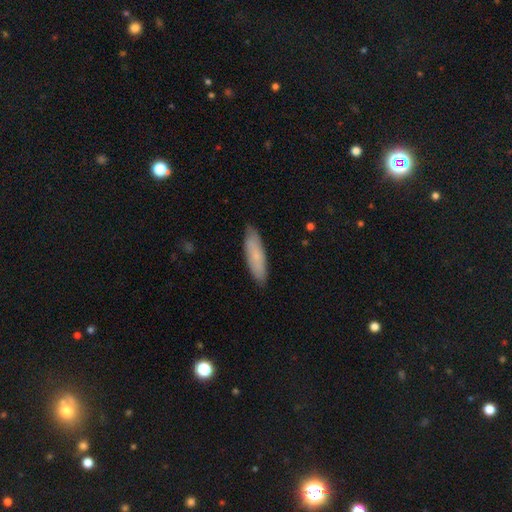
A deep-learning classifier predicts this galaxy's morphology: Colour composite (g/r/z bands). It shows a smooth galaxy with no disk features (73%) that is cigar-shaped (62%). Merging: none (86%).